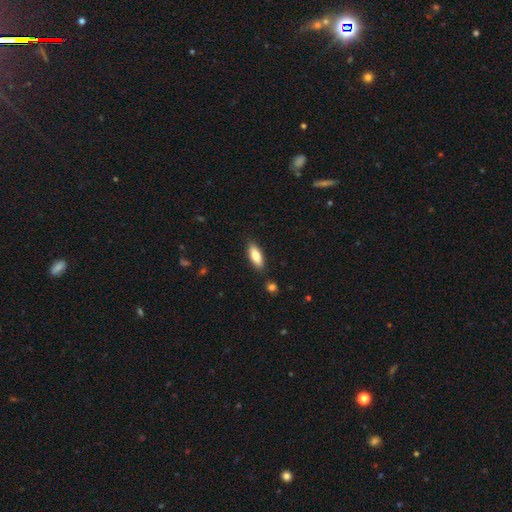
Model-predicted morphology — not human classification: Q: Smooth or featured?
A: smooth (79%); runner-up: featured or disk (15%)
Q: How rounded?
A: in between (70%); runner-up: cigar-shaped (28%)
Q: Merging?
A: none (87%); runner-up: minor disturbance (9%)